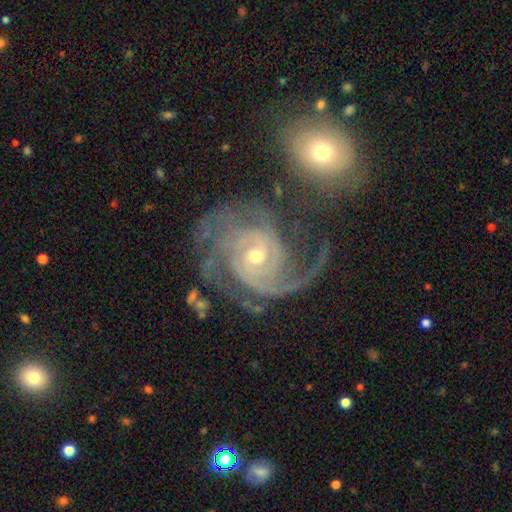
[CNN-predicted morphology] This is clearly a featured or disk galaxy (92%). It is clearly not viewed edge-on (98%). Bar: possibly no (59%). Spiral arm pattern: clearly yes (98%). Spiral arm count: marginally 3 (37%). Spiral winding: possibly tight (50%). Central bulge: possibly small (56%). Merging: possibly none (53%).